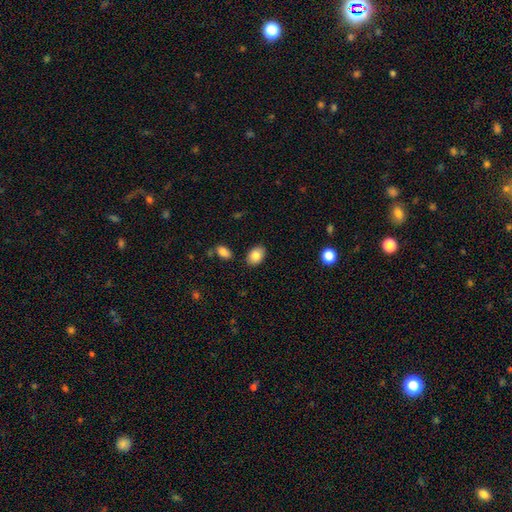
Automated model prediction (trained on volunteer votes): A smooth galaxy with no disk features (84%) that is in between round and cigar-shaped (84%).

Vote fractions:
- Smooth or featured? smooth: 84% / featured or disk: 8% / star or artifact: 7%
- How rounded? in between: 84% / round: 14% / cigar-shaped: 1%
- Merging? none: 85% / minor disturbance: 10% / merger: 3% / major disturbance: 2%